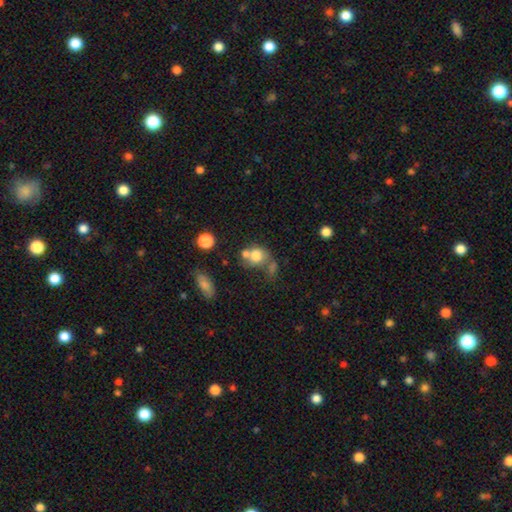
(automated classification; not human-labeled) Overall: smooth (73%). How rounded: round (67%; in between 32%). Merging: merger (43%; none 33%).